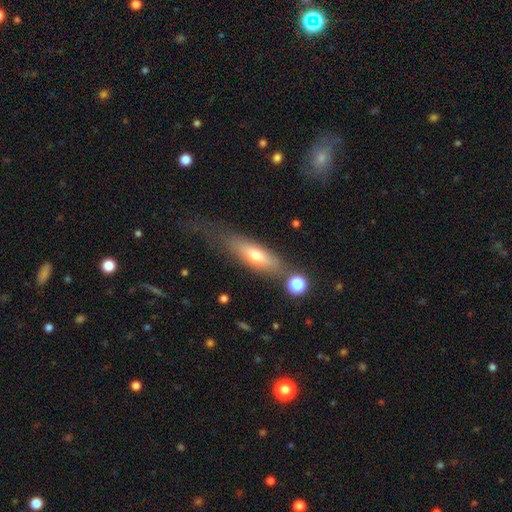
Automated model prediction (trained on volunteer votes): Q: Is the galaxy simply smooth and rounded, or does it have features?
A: smooth — 57%.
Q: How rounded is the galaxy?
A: cigar-shaped — 53%.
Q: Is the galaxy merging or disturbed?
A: none — 50%.